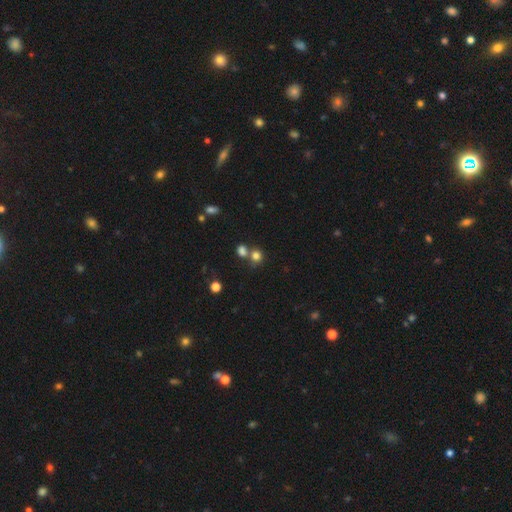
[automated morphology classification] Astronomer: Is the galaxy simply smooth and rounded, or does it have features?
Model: smooth — 78%.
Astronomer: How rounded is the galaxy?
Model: round — 83%.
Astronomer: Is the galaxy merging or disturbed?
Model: none — 56% (runner-up: merger, 32%).